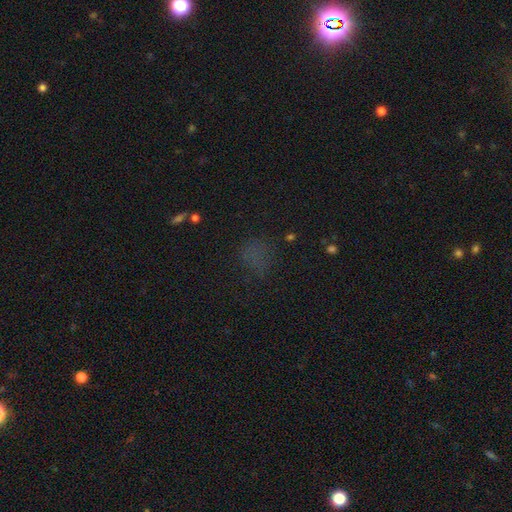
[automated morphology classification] Q: Smooth or featured?
A: smooth (49%); runner-up: star or artifact (39%)
Q: Merging?
A: none (63%); runner-up: minor disturbance (17%)